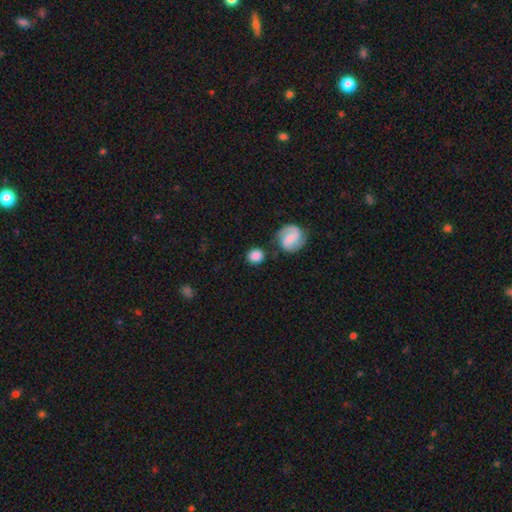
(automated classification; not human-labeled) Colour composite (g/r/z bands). It shows a smooth galaxy with no disk features (77%) that is round (83%). Merging: none (73%).